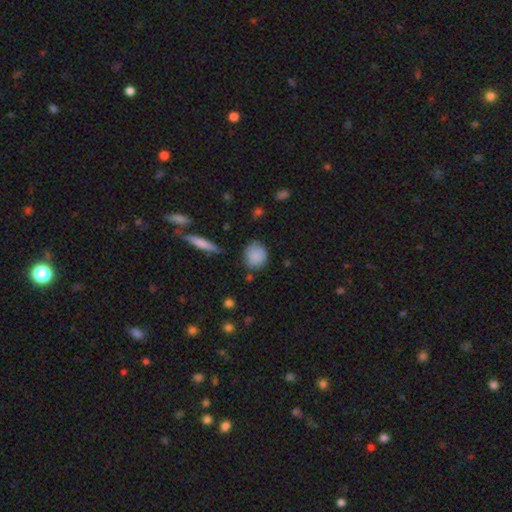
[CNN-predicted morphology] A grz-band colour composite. It shows a smooth galaxy with no disk features (84%) that is round (72%). Merging: none (70%).